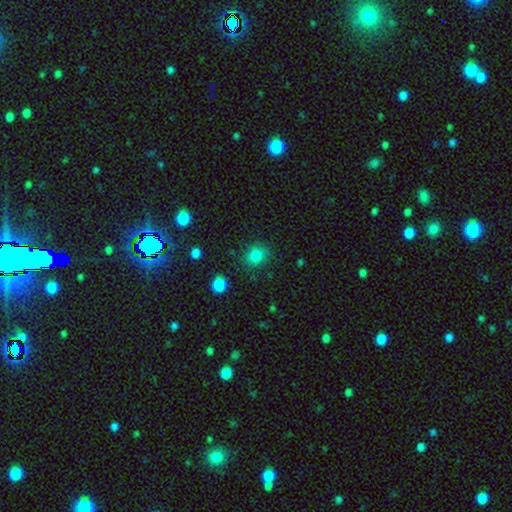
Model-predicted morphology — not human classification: Smooth or featured: smooth — 83% (star or artifact — 12%)
How rounded: round — 68% (in between — 31%)
Merging: none — 82% (minor disturbance — 12%)